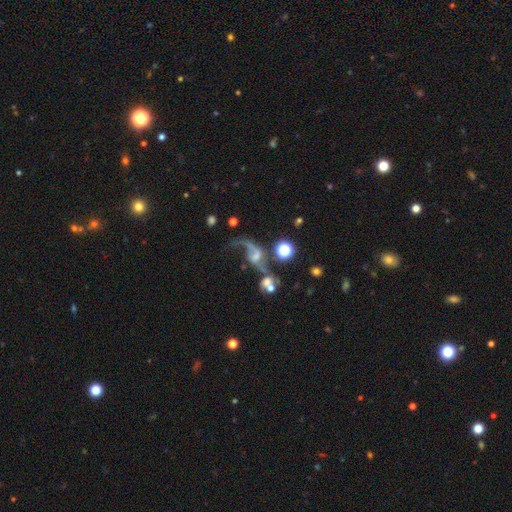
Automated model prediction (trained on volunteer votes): This appears to be a featured or disk galaxy (73%) with no bar (48%), 2 (69%) loose (88%) spiral arms (87%) and a small central bulge (43%). Merging: none (32%).